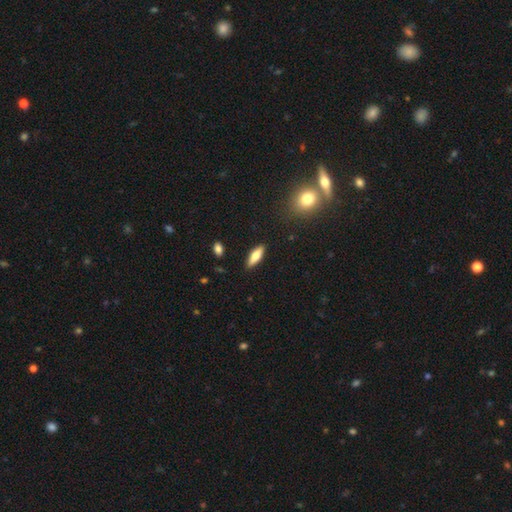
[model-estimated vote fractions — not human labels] This is likely a smooth galaxy (69%). How rounded: possibly in between (55%). Merging: clearly none (88%).